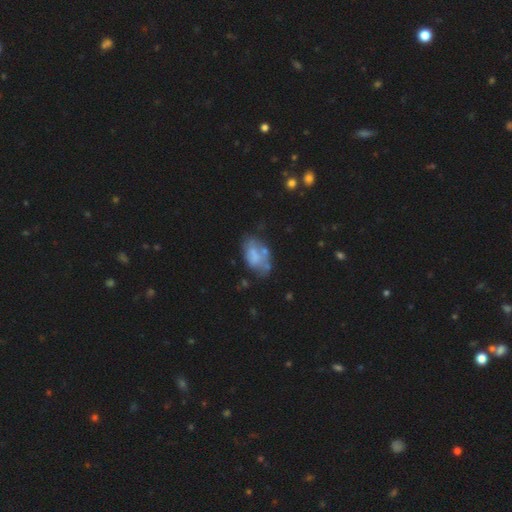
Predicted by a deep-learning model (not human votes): Overall: smooth (52%; featured or disk 39%). How rounded: in between (91%). Merging: none (41%; minor disturbance 28%).